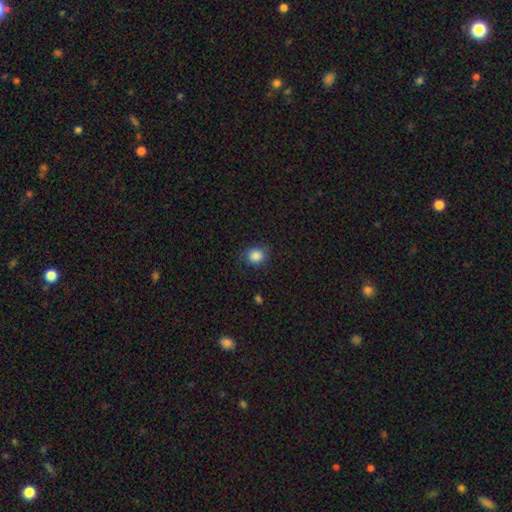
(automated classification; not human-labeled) This is clearly a smooth galaxy (86%). How rounded: likely round (77%). Merging: likely none (80%).